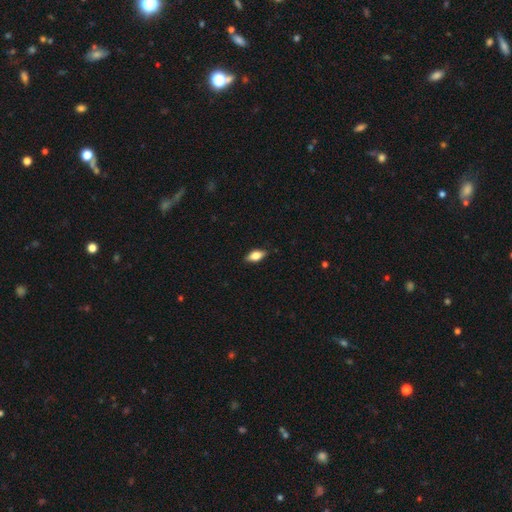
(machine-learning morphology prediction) smooth 69%, featured or disk 24%, star or artifact 7%. Down the decision tree: how rounded — in between (84%); merging — none (86%).